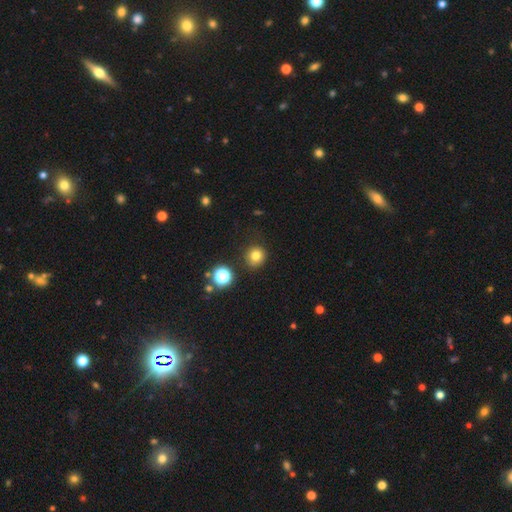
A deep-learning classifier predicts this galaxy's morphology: Overall: smooth (78%). How rounded: round (90%). Merging: none (85%).